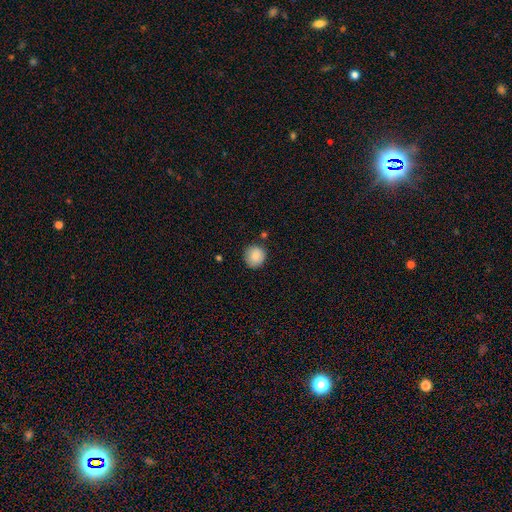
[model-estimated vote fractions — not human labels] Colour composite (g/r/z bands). It shows a smooth galaxy with no disk features (87%) that is round (92%). Merging: none (84%).